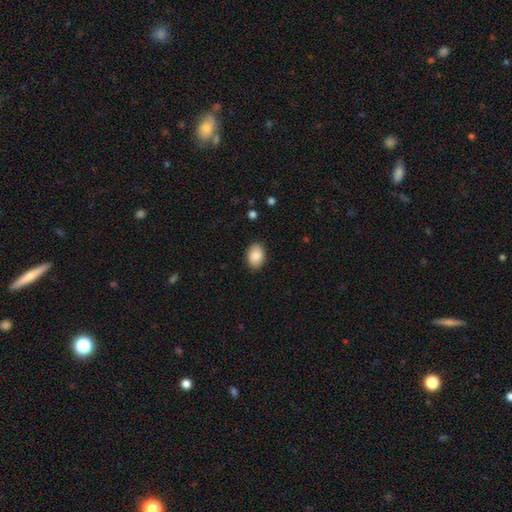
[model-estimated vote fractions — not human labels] A smooth galaxy with no disk features (88%) that is in between round and cigar-shaped (81%). Merging: none (88%).